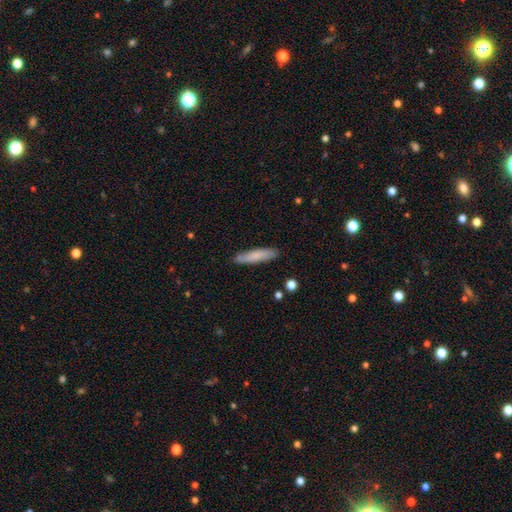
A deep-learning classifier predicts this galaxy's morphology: smooth-or-featured: smooth: 78% | featured or disk: 16% | star or artifact: 6%
  how-rounded: cigar-shaped: 85% | in between: 14% | round: 1%
  merging: none: 86% | minor disturbance: 11% | major disturbance: 2% | merger: 2%